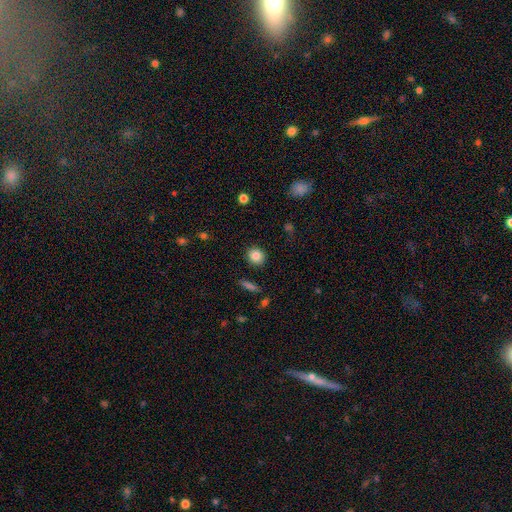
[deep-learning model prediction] smooth-or-featured: smooth: 85% | star or artifact: 9% | featured or disk: 6%
  how-rounded: round: 77% | in between: 22% | cigar-shaped: 1%
  merging: none: 90% | minor disturbance: 7% | major disturbance: 2% | merger: 1%